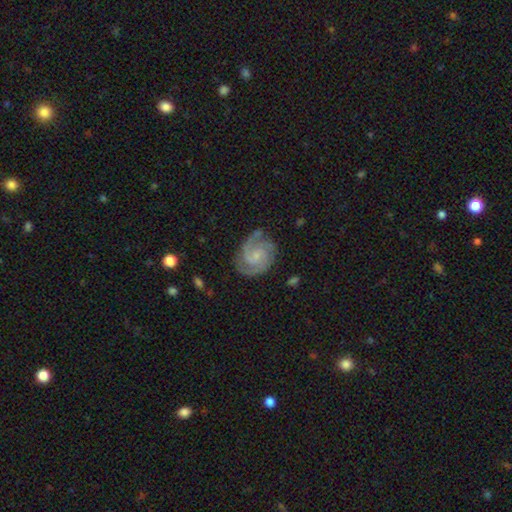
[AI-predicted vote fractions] This is clearly a featured or disk galaxy (89%). It is clearly not viewed edge-on (98%). Bar: likely no (60%). Spiral arm pattern: clearly yes (98%). Spiral arm count: possibly 2 (56%). Spiral winding: possibly tight (52%). Central bulge: likely small (69%). Merging: likely none (77%).